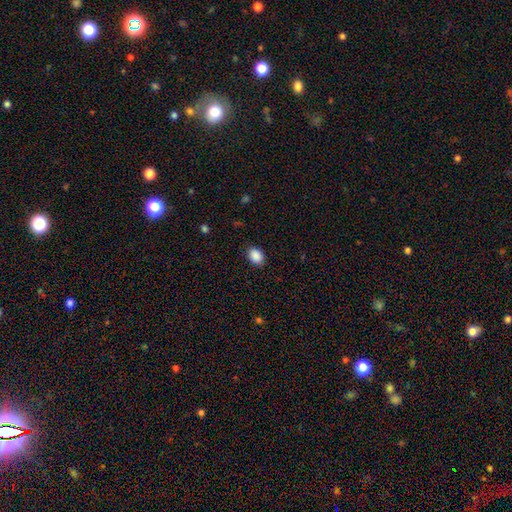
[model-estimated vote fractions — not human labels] Smooth or featured? Predicted: smooth (p=0.89). How rounded? Predicted: in between (p=0.79). Merging? Predicted: none (p=0.87).